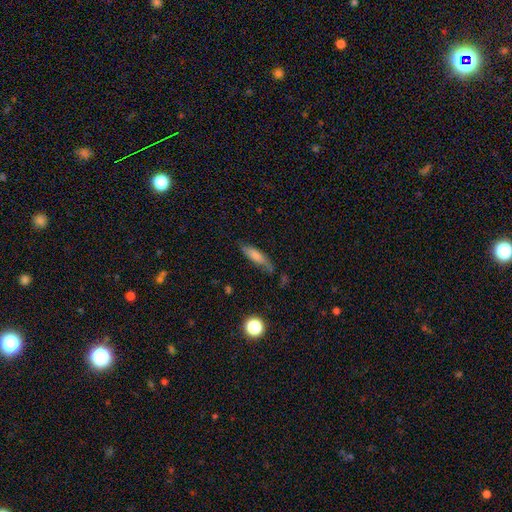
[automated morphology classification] Smooth or featured? Predicted: smooth (p=0.73). How rounded? Predicted: cigar-shaped (p=0.67). Merging? Predicted: none (p=0.65).